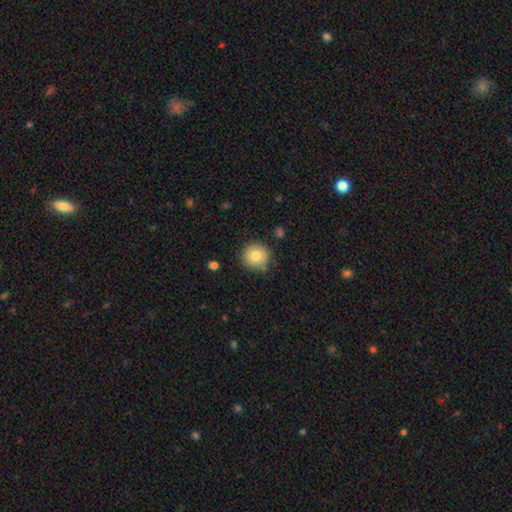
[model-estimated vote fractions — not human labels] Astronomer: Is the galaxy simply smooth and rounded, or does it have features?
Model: smooth — 81%.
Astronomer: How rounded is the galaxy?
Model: round — 91%.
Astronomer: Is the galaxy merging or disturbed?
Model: none — 82%.